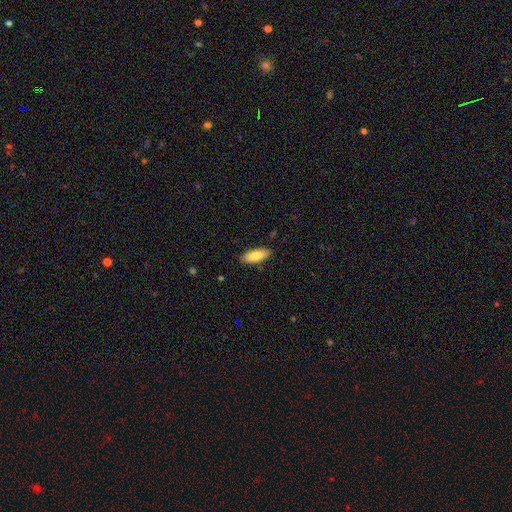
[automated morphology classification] A smooth galaxy with no disk features (82%) that is in between round and cigar-shaped (71%). Merging: none (88%).